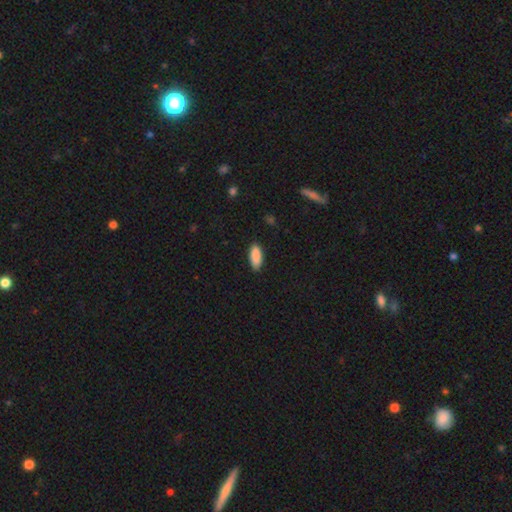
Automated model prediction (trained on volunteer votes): A smooth galaxy with no disk features (90%) that is in between round and cigar-shaped (78%). Merging: none (87%).